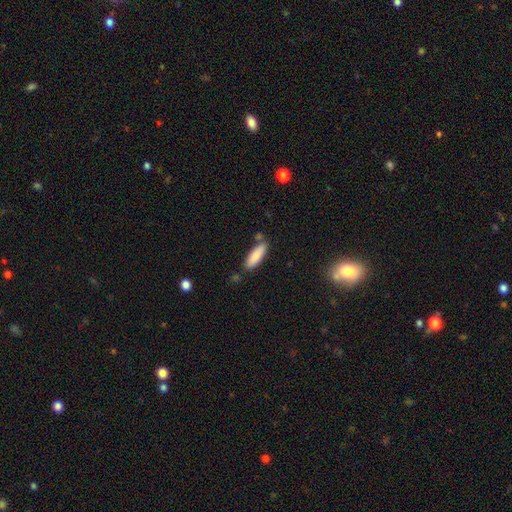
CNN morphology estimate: smooth-or-featured: smooth: 84% | featured or disk: 9% | star or artifact: 6%
  how-rounded: in between: 51% | cigar-shaped: 48% | round: 2%
  merging: none: 79% | minor disturbance: 13% | merger: 6% | major disturbance: 3%